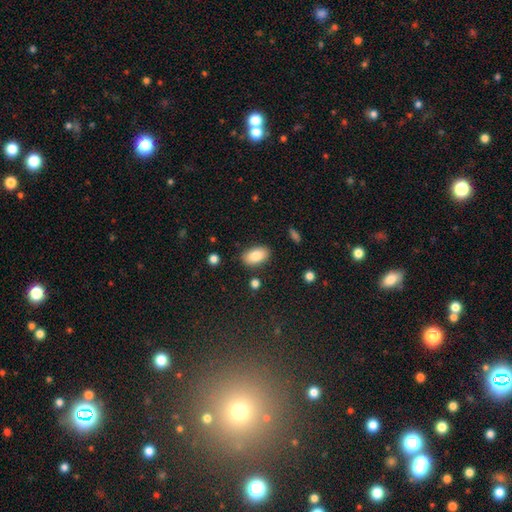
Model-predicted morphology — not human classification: type=smooth (84%); roundness=in between (93%); merging=none (85%).